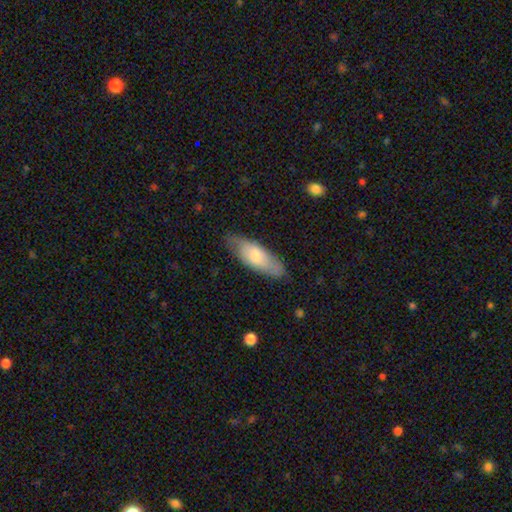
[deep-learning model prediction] The model was most divided on "how rounded": in between: 68%, cigar-shaped: 30%, round: 2%. More confident: merging — none (77%); smooth or featured — smooth (66%).